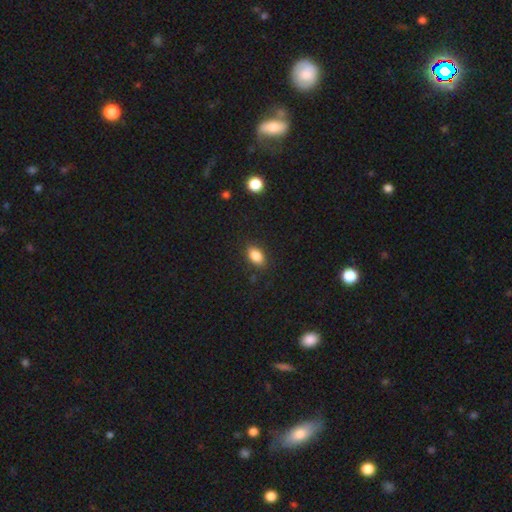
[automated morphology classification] smooth_or_featured: smooth (p=0.86) [alt: star or artifact p=0.09]
how_rounded: in between (p=0.88) [alt: round p=0.10]
merging: none (p=0.85) [alt: minor disturbance p=0.11]